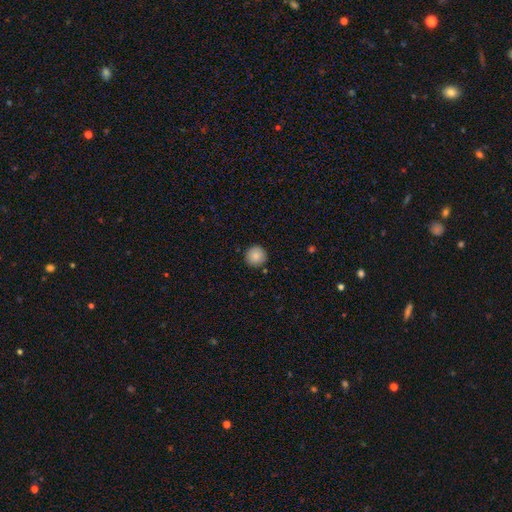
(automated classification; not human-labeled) smooth_or_featured: smooth (p=0.86) [alt: star or artifact p=0.08]
how_rounded: round (p=0.95) [alt: in between p=0.04]
merging: none (p=0.90) [alt: minor disturbance p=0.07]